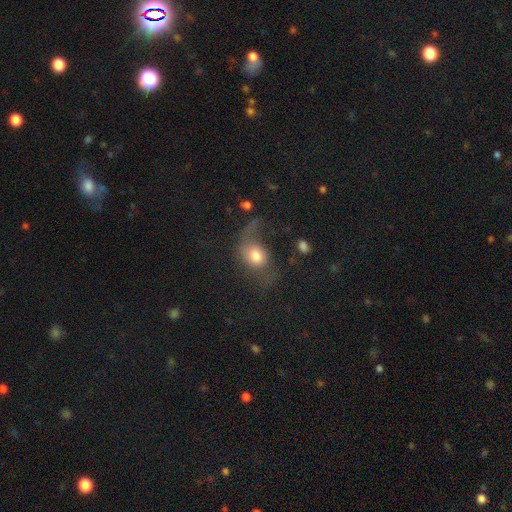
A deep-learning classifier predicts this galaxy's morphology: Overall: smooth (64%; featured or disk 26%). How rounded: in between (53%; round 45%). Merging: major disturbance (42%; none 33%).